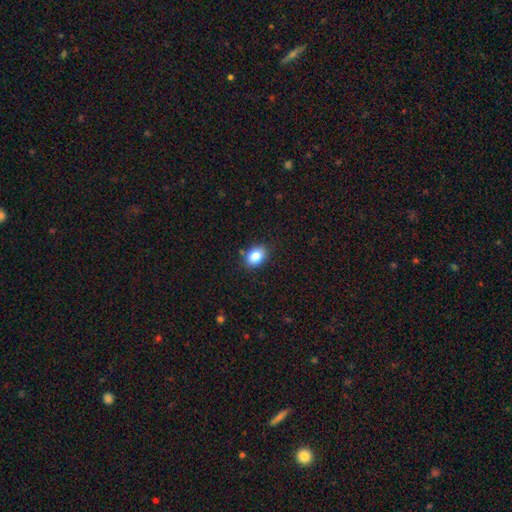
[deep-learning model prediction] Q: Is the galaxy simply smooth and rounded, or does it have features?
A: smooth — 85%.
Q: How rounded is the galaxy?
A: in between — 73%.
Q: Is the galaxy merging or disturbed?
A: none — 84%.